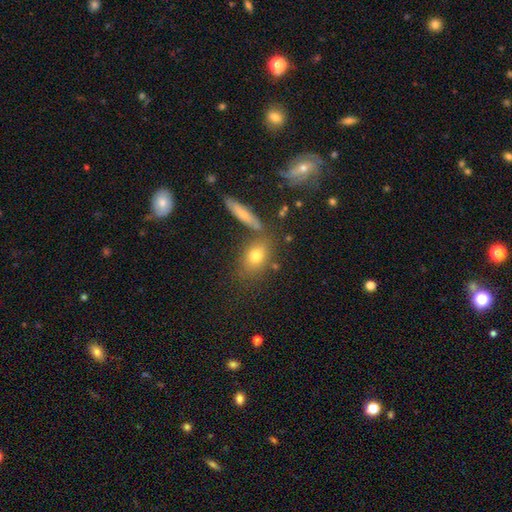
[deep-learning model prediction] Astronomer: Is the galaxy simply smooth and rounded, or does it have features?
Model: smooth — 74%.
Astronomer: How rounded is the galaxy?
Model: in between — 63%.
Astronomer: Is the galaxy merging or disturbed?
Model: none — 70%.